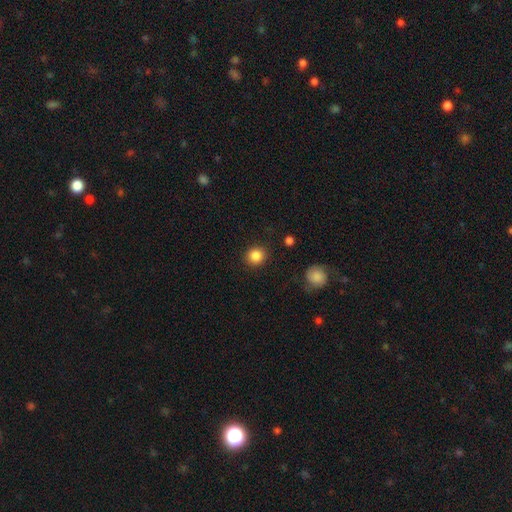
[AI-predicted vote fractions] The model was most divided on "how rounded": round: 87%, in between: 12%, cigar-shaped: 1%. More confident: merging — none (89%); smooth or featured — smooth (86%).